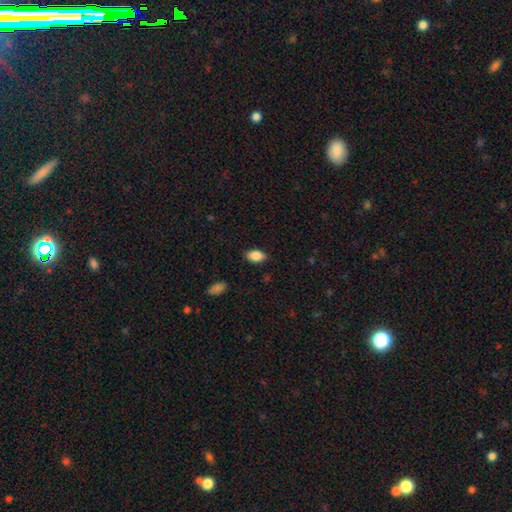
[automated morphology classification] This appears to be a smooth galaxy with no disk features (86%) that is in between round and cigar-shaped (91%). Merging: none (86%).